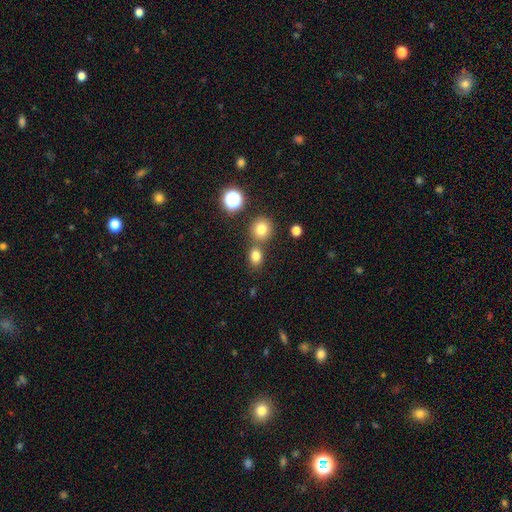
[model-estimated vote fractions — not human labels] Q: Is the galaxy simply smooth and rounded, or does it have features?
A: smooth — 77%.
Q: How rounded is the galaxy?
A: round — 56%.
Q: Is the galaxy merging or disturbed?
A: none — 65%.